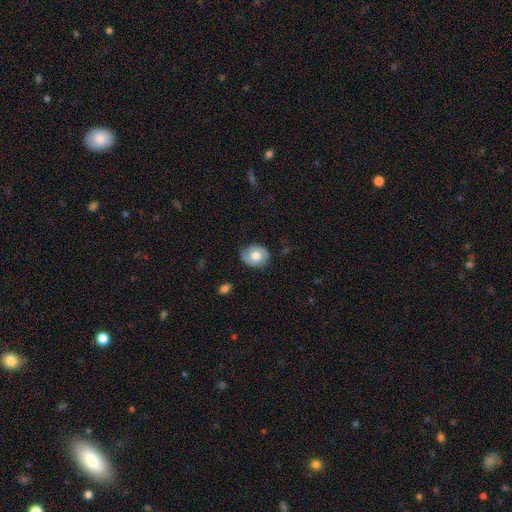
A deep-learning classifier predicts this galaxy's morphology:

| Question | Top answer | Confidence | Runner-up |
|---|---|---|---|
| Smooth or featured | smooth | 65% | featured or disk (27%) |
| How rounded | round | 65% | in between (34%) |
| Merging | none | 73% | minor disturbance (21%) |